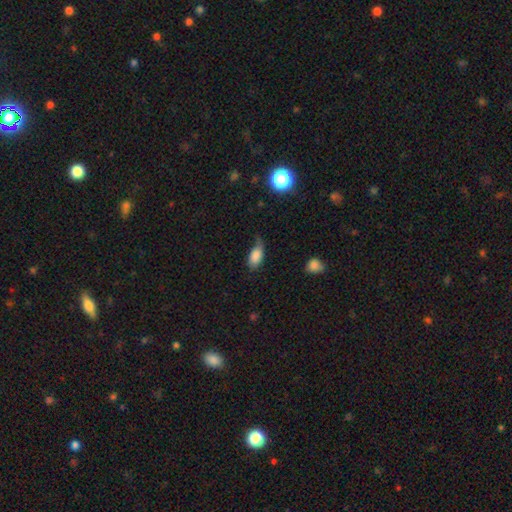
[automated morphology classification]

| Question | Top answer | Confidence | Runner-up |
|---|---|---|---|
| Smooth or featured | smooth | 82% | featured or disk (10%) |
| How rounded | in between | 91% | cigar-shaped (5%) |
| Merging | minor disturbance | 38% | none (37%) |